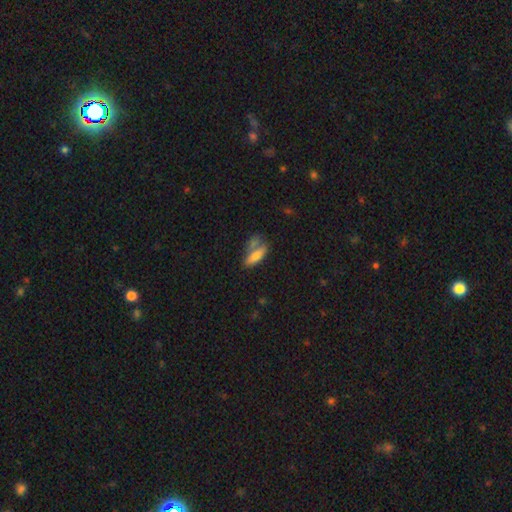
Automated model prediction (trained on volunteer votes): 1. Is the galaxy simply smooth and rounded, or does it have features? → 74% smooth, 18% featured or disk, 8% star or artifact.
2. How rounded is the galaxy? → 65% in between, 31% cigar-shaped, 3% round.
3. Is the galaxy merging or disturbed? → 43% none, 26% merger, 20% minor disturbance, 11% major disturbance.